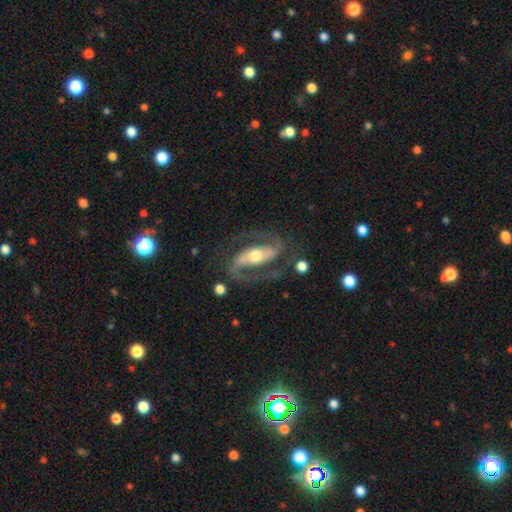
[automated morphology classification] Q: Smooth or featured?
A: featured or disk (90%); runner-up: smooth (6%)
Q: Edge-on disk?
A: no (96%); runner-up: yes (4%)
Q: Bar?
A: strong (53%); runner-up: weak (27%)
Q: Spiral arms?
A: yes (97%); runner-up: no (3%)
Q: Spiral winding?
A: medium (59%); runner-up: loose (21%)
Q: Spiral arm count?
A: 2 (93%); runner-up: can't tell (2%)
Q: Bulge size?
A: moderate (67%); runner-up: small (20%)
Q: Merging?
A: none (76%); runner-up: minor disturbance (12%)